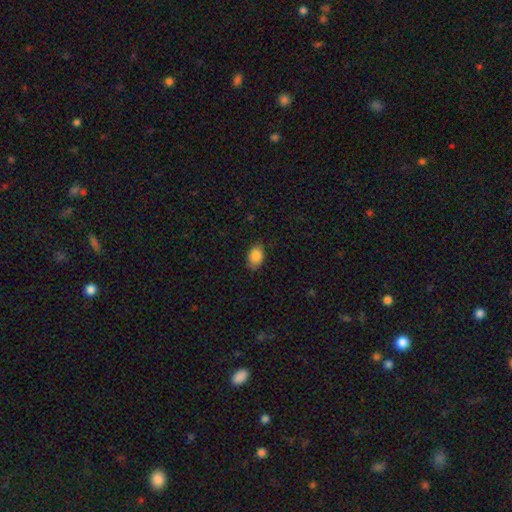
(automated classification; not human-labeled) A smooth galaxy with no disk features (86%) that is in between round and cigar-shaped (84%). Merging: none (82%).